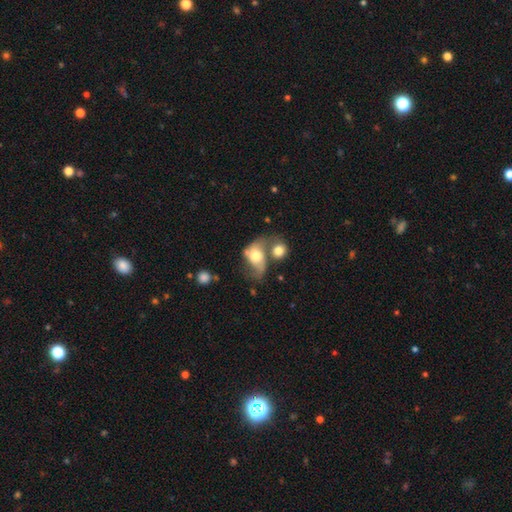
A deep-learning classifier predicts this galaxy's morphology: type=featured or disk (50%); edge-on=no (95%); merging=merger (46%).